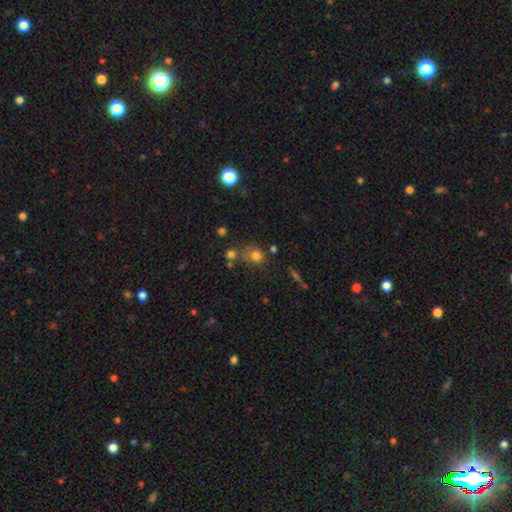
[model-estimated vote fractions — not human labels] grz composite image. It shows a smooth galaxy with no disk features (74%) that is round (68%). Merging: none (56%).